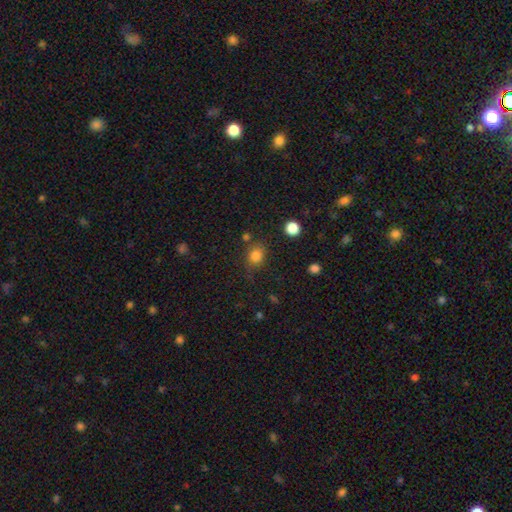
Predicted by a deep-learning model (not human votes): This appears to be a smooth galaxy with no disk features (81%) that is round (52%). Merging: none (74%).